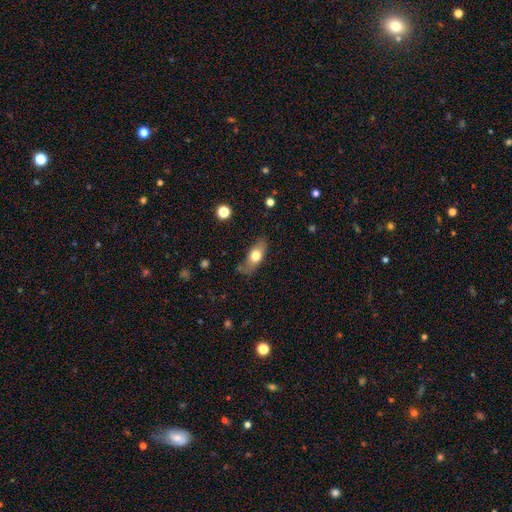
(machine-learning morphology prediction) A smooth galaxy with no disk features (65%) that is in between round and cigar-shaped (78%). Merging: none (67%).